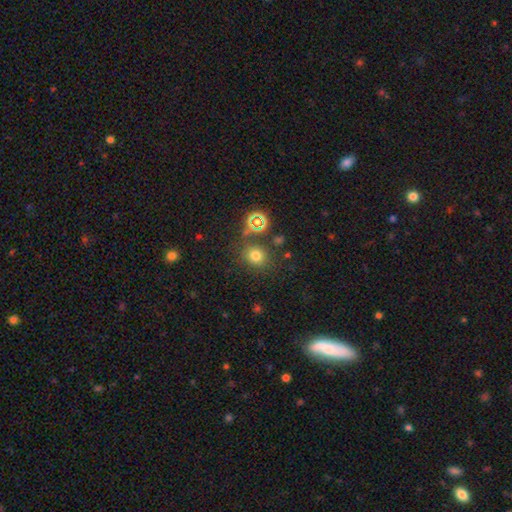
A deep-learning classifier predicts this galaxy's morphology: The model was most divided on "smooth or featured": smooth: 70%, star or artifact: 23%, featured or disk: 7%. More confident: how rounded — round (79%); merging — none (77%).